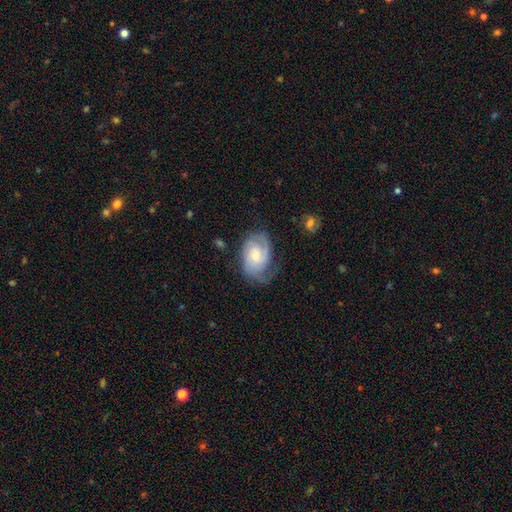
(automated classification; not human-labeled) Smooth or featured? featured or disk (76%)
Edge-on disk? no (97%)
Bar? no (60%)
Spiral arms? yes (95%)
Spiral winding? tight (52%)
Spiral arm count? 2 (47%)
Bulge size? small (47%)
Merging? none (61%)